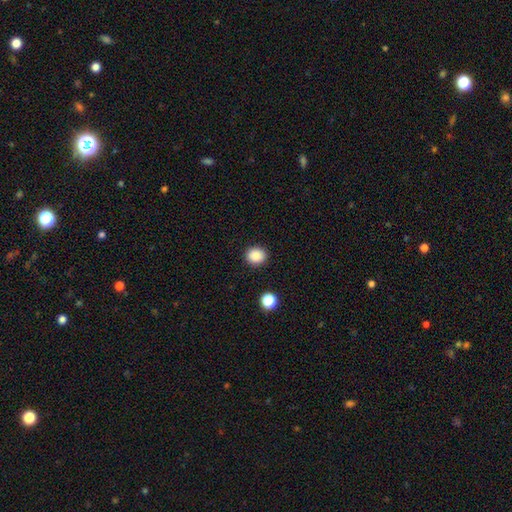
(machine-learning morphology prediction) type=smooth (87%); roundness=round (74%); merging=none (90%).